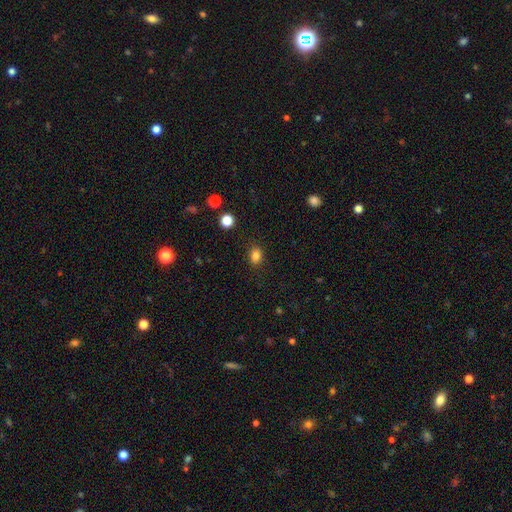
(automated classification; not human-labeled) Smooth or featured? Predicted: smooth (p=0.84). How rounded? Predicted: in between (p=0.63). Merging? Predicted: none (p=0.86).